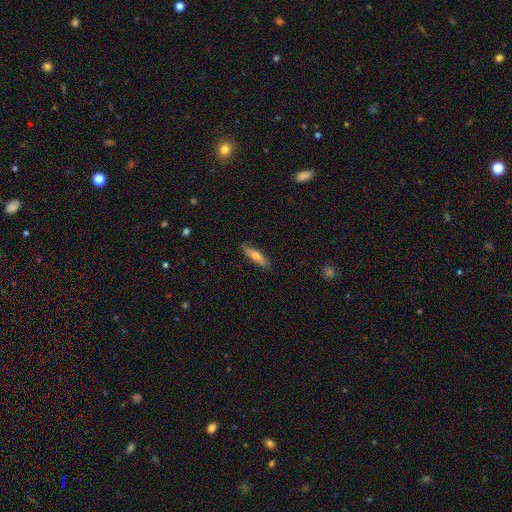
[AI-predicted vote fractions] The model was most divided on "smooth or featured": smooth: 49%, featured or disk: 44%, star or artifact: 6%. More confident: merging — none (88%).